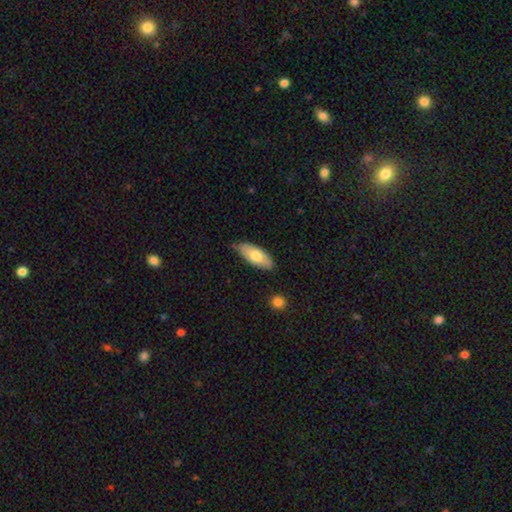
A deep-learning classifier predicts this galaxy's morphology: Smooth or featured?
  - smooth: 72% *
  - featured or disk: 22%
  - star or artifact: 6%
How rounded?
  - in between: 81% *
  - cigar-shaped: 16%
  - round: 2%
Merging?
  - none: 74% *
  - minor disturbance: 21%
  - major disturbance: 3%
  - merger: 2%